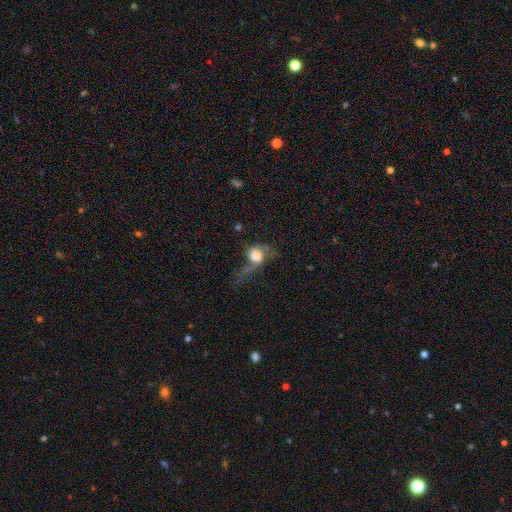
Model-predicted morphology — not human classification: Smooth or featured? Predicted: smooth (p=0.63). How rounded? Predicted: round (p=0.64). Merging? Predicted: major disturbance (p=0.52).